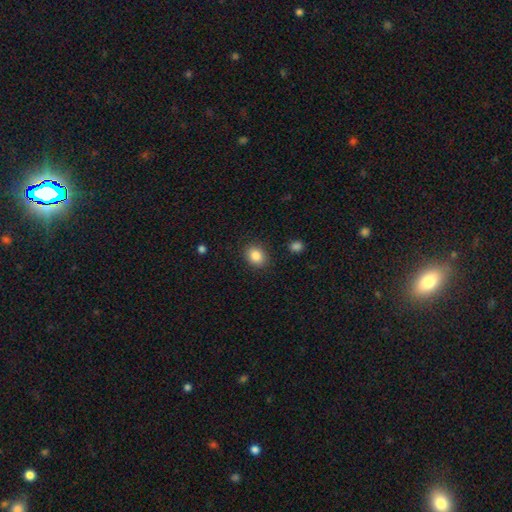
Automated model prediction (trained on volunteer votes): smooth-or-featured: smooth: 86% | star or artifact: 9% | featured or disk: 5%
  how-rounded: in between: 50% | round: 49% | cigar-shaped: 1%
  merging: none: 87% | minor disturbance: 9% | major disturbance: 3% | merger: 2%